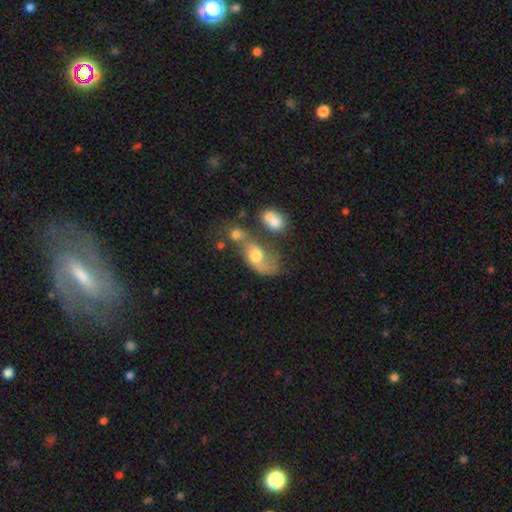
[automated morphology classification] Overall: smooth (46%; featured or disk 44%). Merging: merger (39%; none 26%).